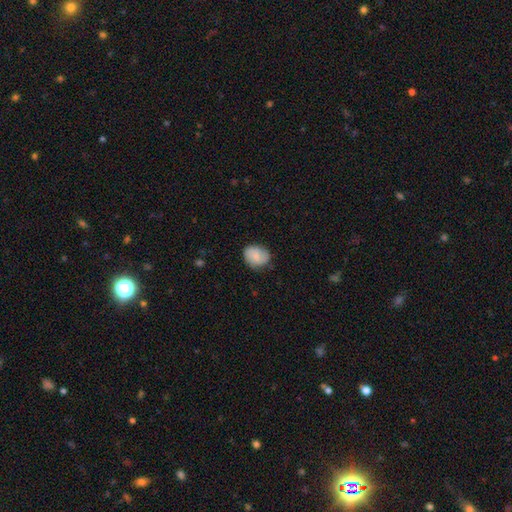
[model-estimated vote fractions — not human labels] Q: Smooth or featured?
A: smooth (67%); runner-up: featured or disk (26%)
Q: How rounded?
A: round (60%); runner-up: in between (39%)
Q: Merging?
A: none (77%); runner-up: minor disturbance (18%)